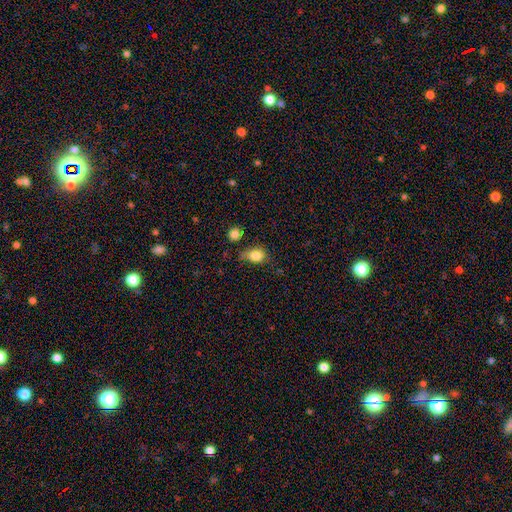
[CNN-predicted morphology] smooth 83%, star or artifact 9%, featured or disk 7%. Down the decision tree: how rounded — in between (65%); merging — none (50%).